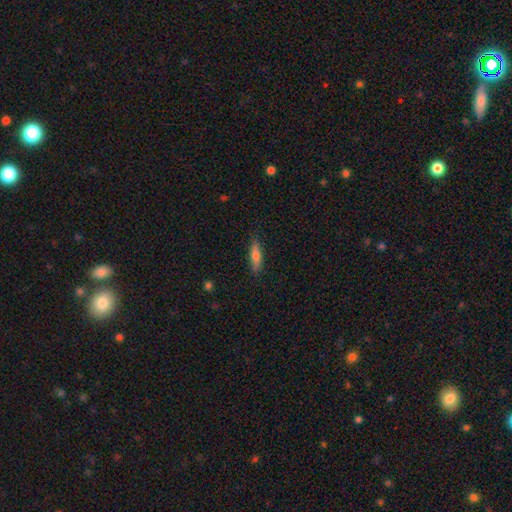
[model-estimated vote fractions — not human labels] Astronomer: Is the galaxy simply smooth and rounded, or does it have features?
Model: smooth — 68%.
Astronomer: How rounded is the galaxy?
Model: cigar-shaped — 69%.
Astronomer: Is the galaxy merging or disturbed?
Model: none — 86%.